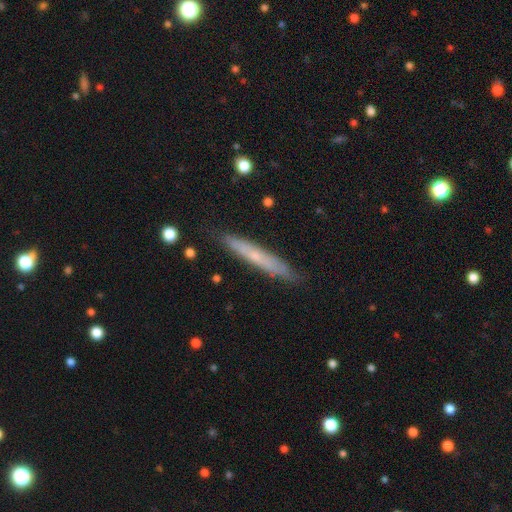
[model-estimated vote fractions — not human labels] This is possibly a featured or disk galaxy (47%). Merging: clearly none (85%).